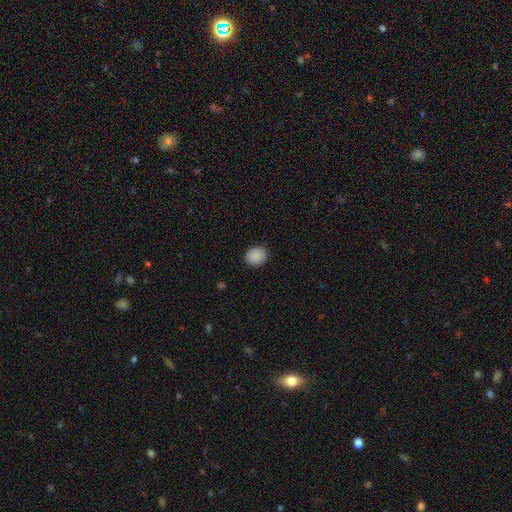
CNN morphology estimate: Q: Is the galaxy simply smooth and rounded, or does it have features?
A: smooth — 89%.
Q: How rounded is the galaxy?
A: round — 62%.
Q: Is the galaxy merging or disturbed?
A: none — 89%.